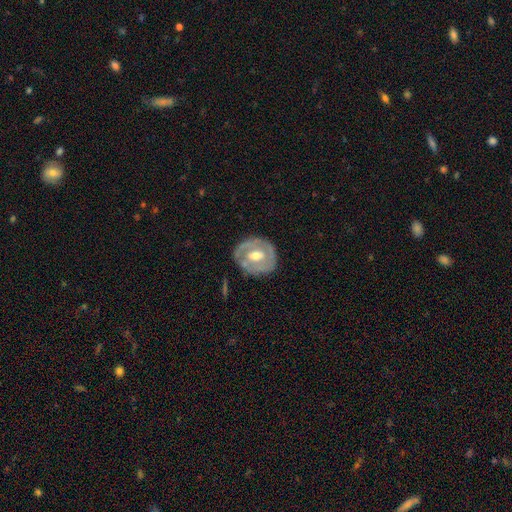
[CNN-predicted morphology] A featured or disk galaxy (71%) with a weak bar (43%), spiral arms (58%) and a moderate central bulge (73%).

Vote fractions:
- Smooth or featured? featured or disk: 71% / smooth: 24% / star or artifact: 5%
- Edge-on disk? no: 96% / yes: 4%
- Bar? weak: 43% / no: 40% / strong: 18%
- Spiral arms? yes: 58% / no: 42%
- Bulge size? moderate: 73% / small: 20% / large: 6% / none: 1% / dominant: 1%
- Merging? none: 77% / minor disturbance: 16% / major disturbance: 5% / merger: 2%